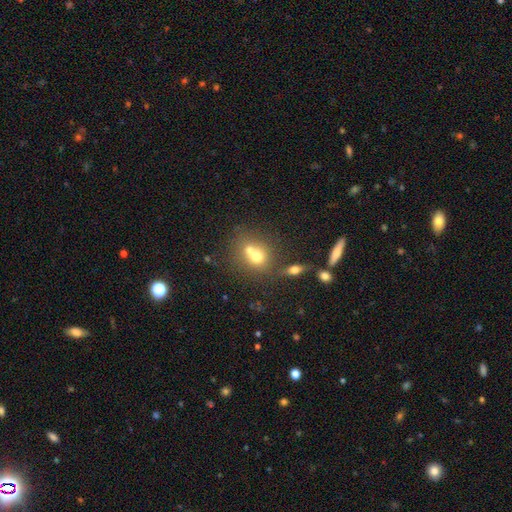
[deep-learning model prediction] Morphology: type=smooth (63%); roundness=round (68%); merging=merger (57%).